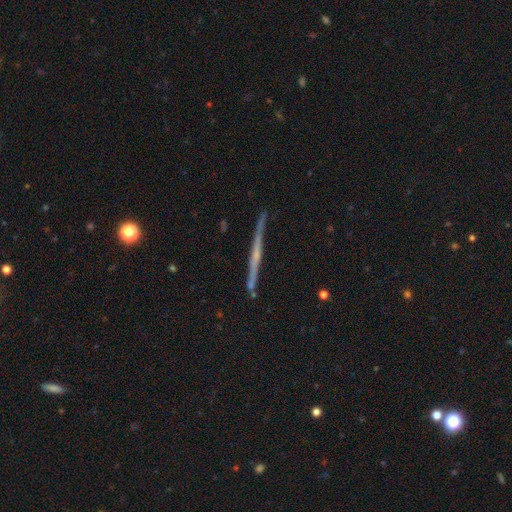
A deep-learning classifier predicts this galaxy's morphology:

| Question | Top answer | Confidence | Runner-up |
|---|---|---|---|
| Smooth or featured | featured or disk | 70% | smooth (24%) |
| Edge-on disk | yes | 98% | no (2%) |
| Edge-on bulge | none | 65% | rounded (25%) |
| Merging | none | 88% | minor disturbance (9%) |